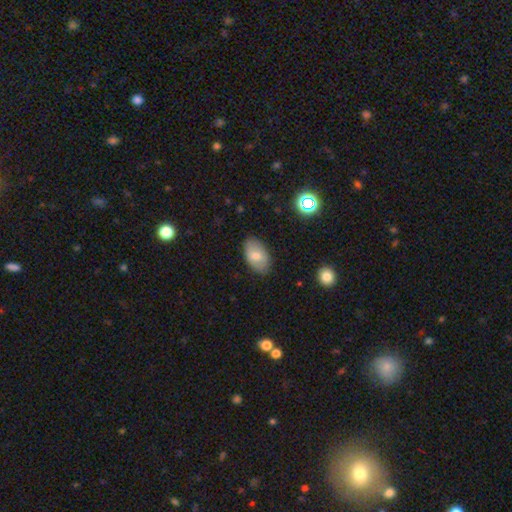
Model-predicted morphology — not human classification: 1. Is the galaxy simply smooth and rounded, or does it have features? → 71% smooth, 21% featured or disk, 8% star or artifact.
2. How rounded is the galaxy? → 93% in between, 6% round, 1% cigar-shaped.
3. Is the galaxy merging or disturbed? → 84% none, 13% minor disturbance, 3% major disturbance, 1% merger.